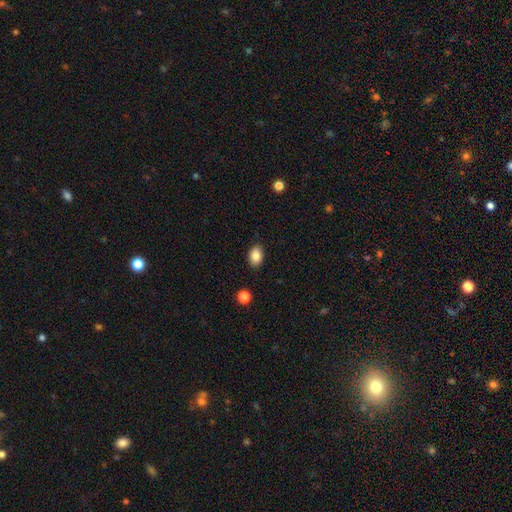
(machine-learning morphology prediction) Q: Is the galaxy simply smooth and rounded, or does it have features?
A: smooth — 86%.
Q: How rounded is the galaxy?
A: in between — 84%.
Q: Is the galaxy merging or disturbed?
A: none — 87%.